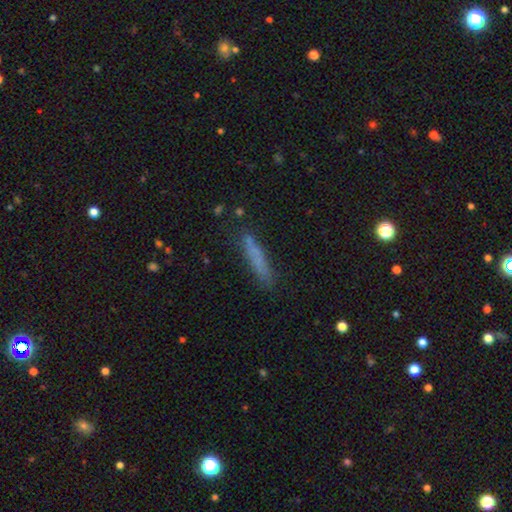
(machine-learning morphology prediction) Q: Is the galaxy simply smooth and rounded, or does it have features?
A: smooth — 70%.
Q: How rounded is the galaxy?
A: cigar-shaped — 91%.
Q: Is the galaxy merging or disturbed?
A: none — 81%.